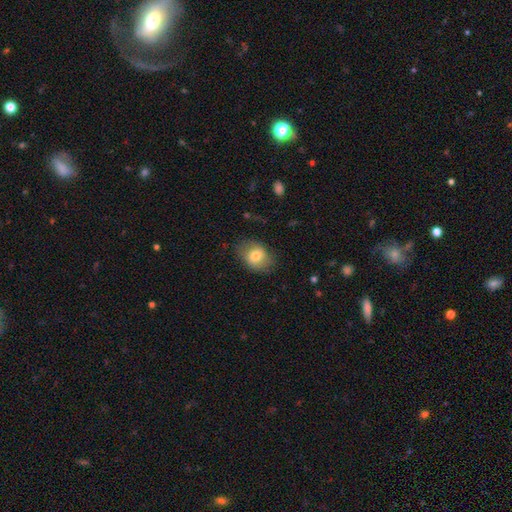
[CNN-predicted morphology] A smooth galaxy with no disk features (76%) that is in between round and cigar-shaped (62%).

Vote fractions:
- Smooth or featured? smooth: 76% / featured or disk: 17% / star or artifact: 8%
- How rounded? in between: 62% / round: 37% / cigar-shaped: 1%
- Merging? none: 73% / minor disturbance: 19% / major disturbance: 6% / merger: 1%